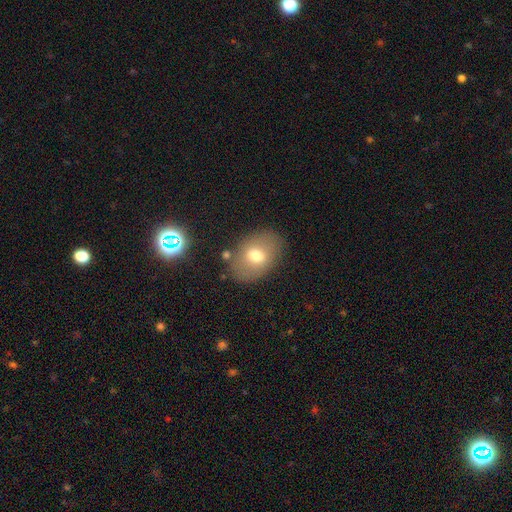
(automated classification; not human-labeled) smooth_or_featured: smooth (p=0.67) [alt: featured or disk p=0.23]
how_rounded: in between (p=0.77) [alt: round p=0.21]
merging: none (p=0.78) [alt: minor disturbance p=0.13]